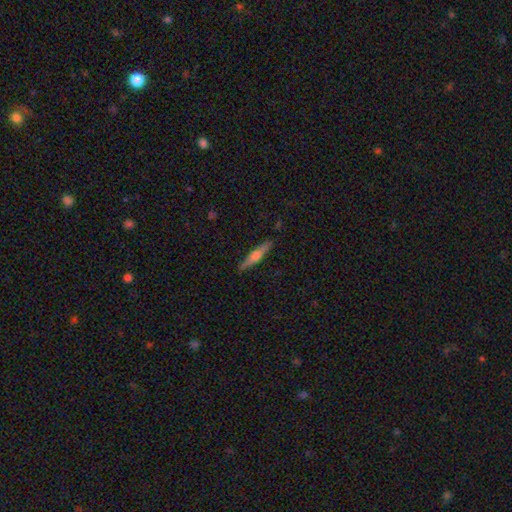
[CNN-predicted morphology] featured or disk 60%, smooth 34%, star or artifact 6%. Down the decision tree: edge-on disk — yes (97%); edge-on bulge — rounded (85%); merging — none (89%).